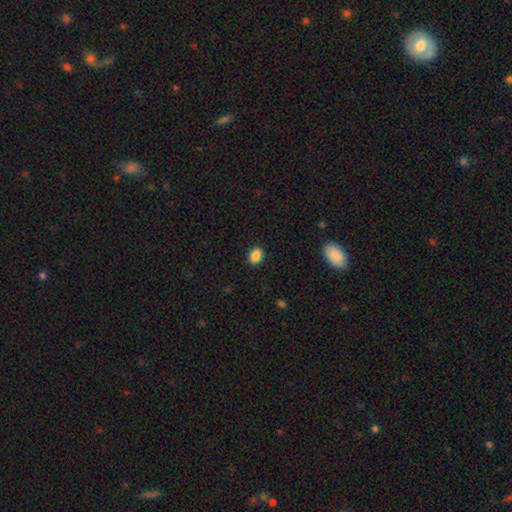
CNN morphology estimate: smooth-or-featured: smooth: 87% | star or artifact: 9% | featured or disk: 3%
  how-rounded: in between: 68% | round: 31% | cigar-shaped: 1%
  merging: none: 89% | minor disturbance: 8% | major disturbance: 2% | merger: 1%